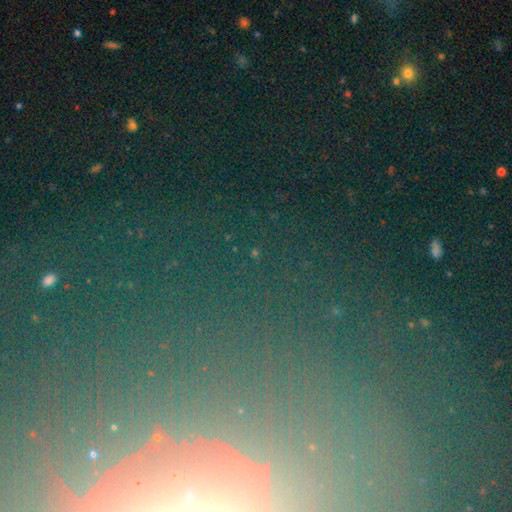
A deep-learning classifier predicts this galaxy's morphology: Smooth or featured: star or artifact — 69% (smooth — 17%)